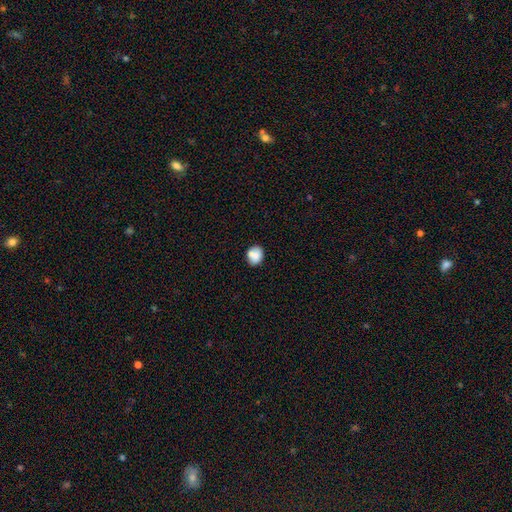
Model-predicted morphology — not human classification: This is likely a smooth galaxy (79%). How rounded: possibly round (53%). Merging: likely none (61%).